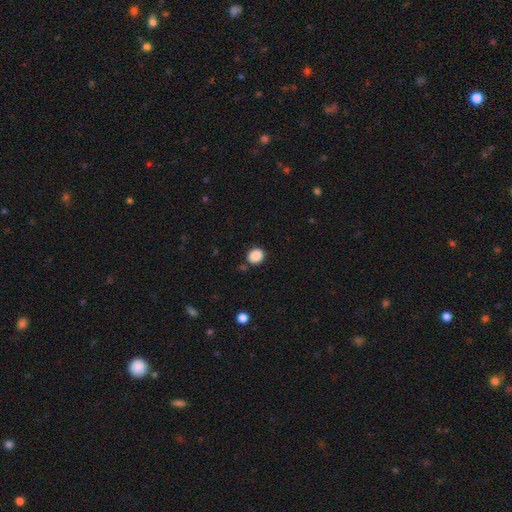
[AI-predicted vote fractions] Smooth or featured?
  - smooth: 88% *
  - star or artifact: 9%
  - featured or disk: 3%
How rounded?
  - round: 76% *
  - in between: 24%
  - cigar-shaped: 1%
Merging?
  - none: 84% *
  - minor disturbance: 10%
  - merger: 4%
  - major disturbance: 3%